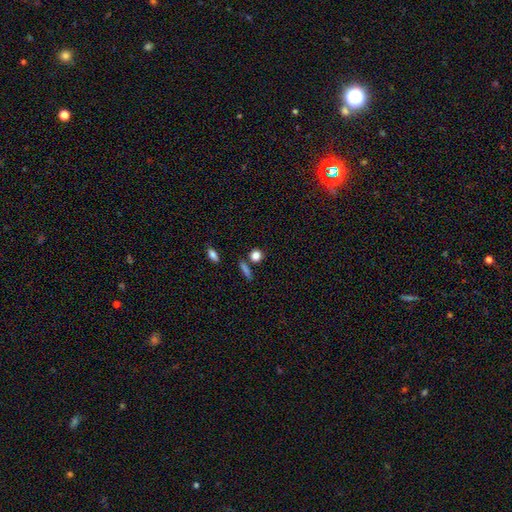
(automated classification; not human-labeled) Morphology: type=smooth (83%); roundness=round (82%); merging=none (77%).